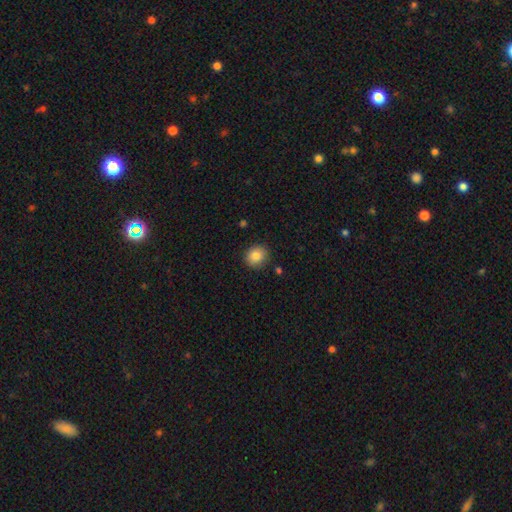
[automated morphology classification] smooth_or_featured: smooth (p=0.85) [alt: star or artifact p=0.09]
how_rounded: round (p=0.78) [alt: in between p=0.21]
merging: none (p=0.88) [alt: minor disturbance p=0.08]